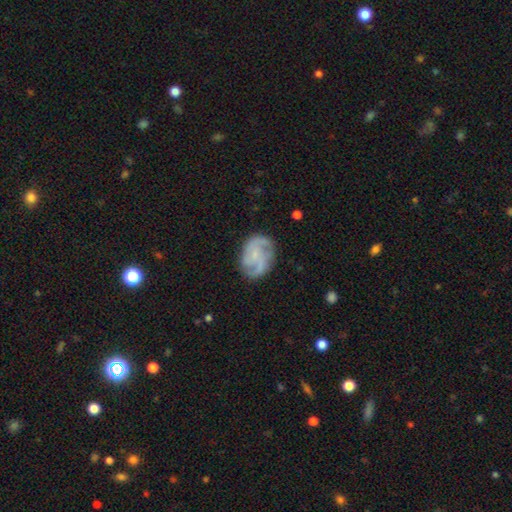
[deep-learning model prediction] Q: Smooth or featured?
A: featured or disk (78%); runner-up: smooth (15%)
Q: Edge-on disk?
A: no (98%); runner-up: yes (2%)
Q: Bar?
A: no (63%); runner-up: weak (31%)
Q: Spiral arms?
A: yes (95%); runner-up: no (5%)
Q: Spiral winding?
A: medium (50%); runner-up: tight (29%)
Q: Spiral arm count?
A: 2 (47%); runner-up: 3 (28%)
Q: Bulge size?
A: small (63%); runner-up: none (20%)
Q: Merging?
A: none (73%); runner-up: minor disturbance (18%)